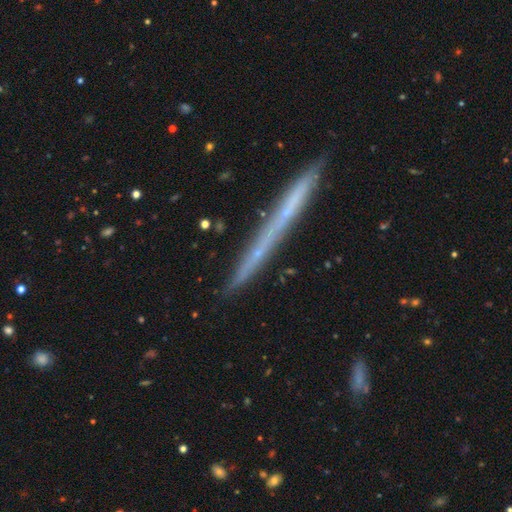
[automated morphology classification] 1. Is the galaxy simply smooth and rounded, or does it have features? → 57% featured or disk, 34% smooth, 10% star or artifact.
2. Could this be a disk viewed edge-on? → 95% yes, 5% no.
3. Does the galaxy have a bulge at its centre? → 82% none, 15% rounded, 3% boxy.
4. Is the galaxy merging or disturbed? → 85% none, 10% minor disturbance, 3% merger, 2% major disturbance.